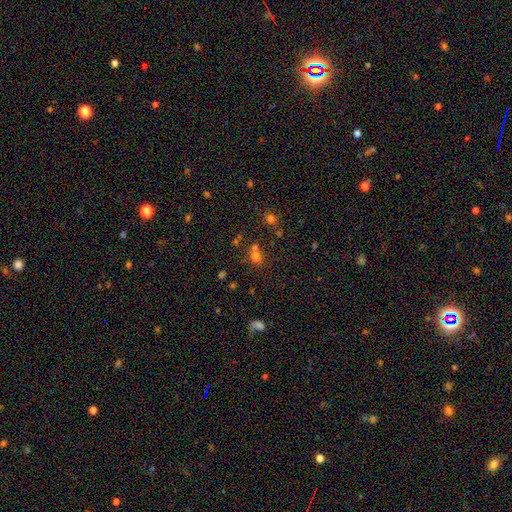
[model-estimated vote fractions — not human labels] smooth_or_featured: smooth (p=0.65) [alt: star or artifact p=0.23]
how_rounded: round (p=0.64) [alt: in between p=0.35]
merging: none (p=0.47) [alt: merger p=0.39]